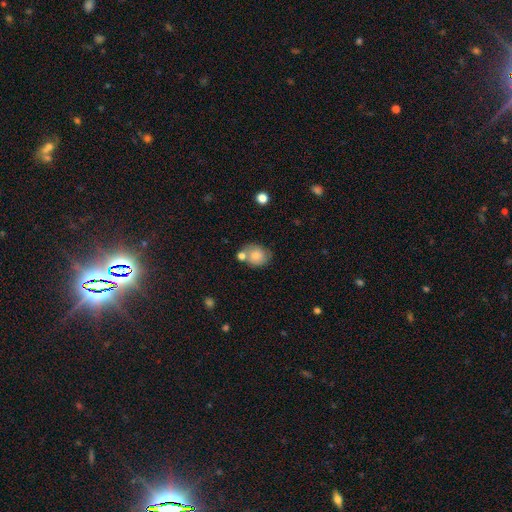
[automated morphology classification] smooth-or-featured: smooth: 77% | featured or disk: 14% | star or artifact: 8%
  how-rounded: round: 66% | in between: 33% | cigar-shaped: 1%
  merging: none: 55% | merger: 22% | minor disturbance: 17% | major disturbance: 5%